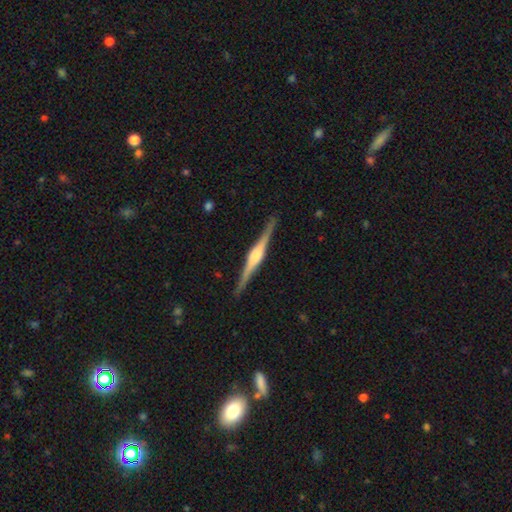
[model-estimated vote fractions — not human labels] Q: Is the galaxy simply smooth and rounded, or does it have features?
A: featured or disk — 84%.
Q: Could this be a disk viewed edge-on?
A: yes — 98%.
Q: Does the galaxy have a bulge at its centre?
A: rounded — 70%.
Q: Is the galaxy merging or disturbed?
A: none — 90%.